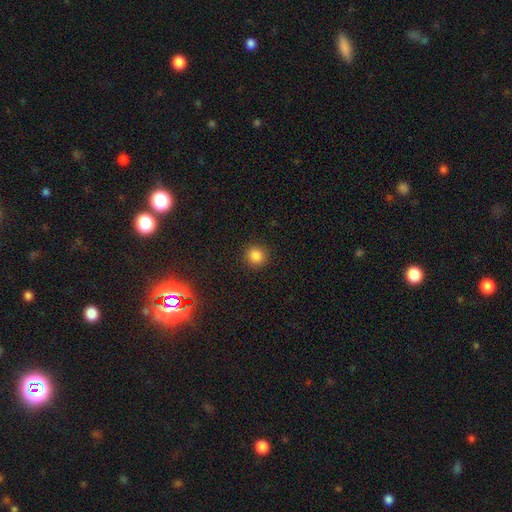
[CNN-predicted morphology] Smooth or featured? smooth (83%)
How rounded? round (91%)
Merging? none (91%)